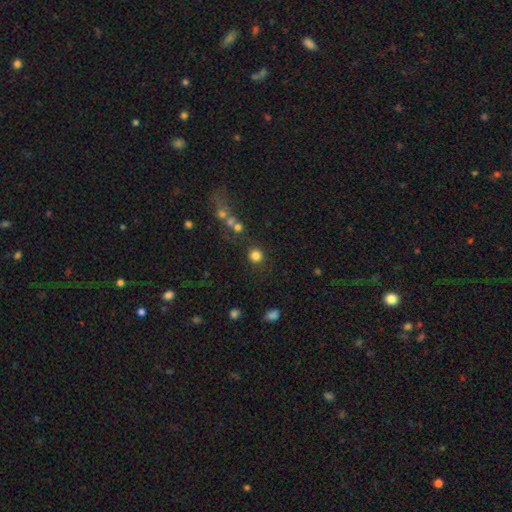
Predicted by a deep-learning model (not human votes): A smooth galaxy with no disk features (81%) that is round (92%). Merging: none (82%).